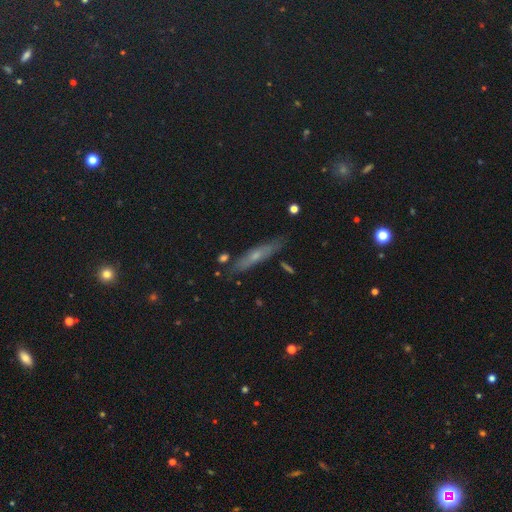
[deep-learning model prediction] featured or disk 48%, smooth 42%, star or artifact 11%. Down the decision tree: merging — none (82%).